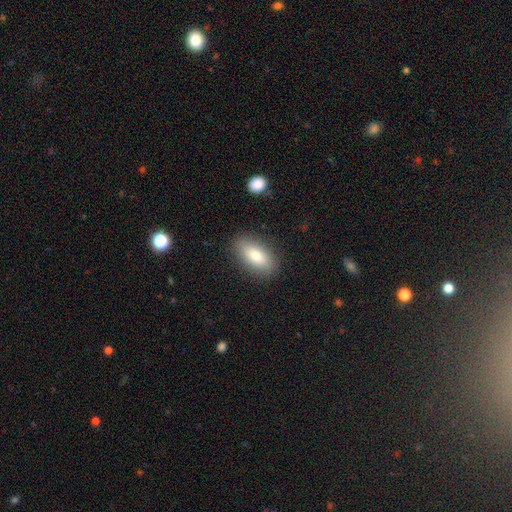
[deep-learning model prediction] Smooth or featured? smooth (84%)
How rounded? in between (88%)
Merging? none (86%)